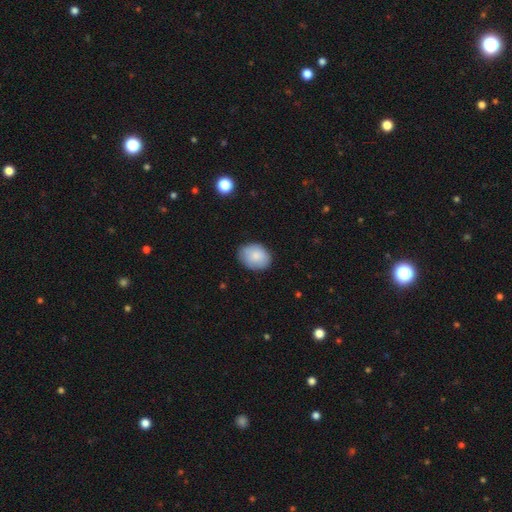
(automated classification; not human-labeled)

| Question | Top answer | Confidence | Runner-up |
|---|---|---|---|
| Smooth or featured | smooth | 84% | featured or disk (9%) |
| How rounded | in between | 63% | round (36%) |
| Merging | none | 80% | minor disturbance (16%) |